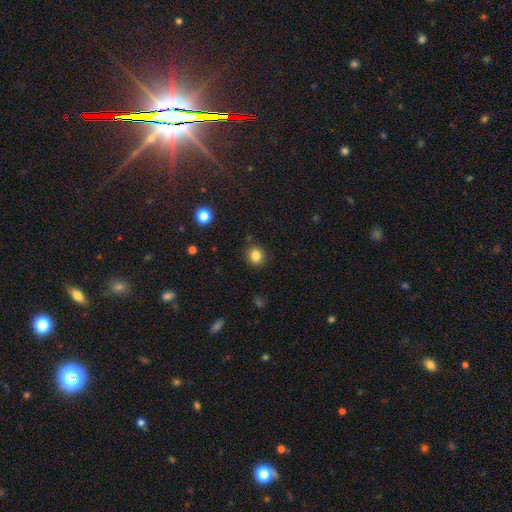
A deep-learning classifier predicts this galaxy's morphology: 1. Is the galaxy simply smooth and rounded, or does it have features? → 83% smooth, 12% star or artifact, 5% featured or disk.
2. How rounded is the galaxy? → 81% round, 18% in between, 1% cigar-shaped.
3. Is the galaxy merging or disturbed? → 88% none, 8% minor disturbance, 2% major disturbance, 2% merger.